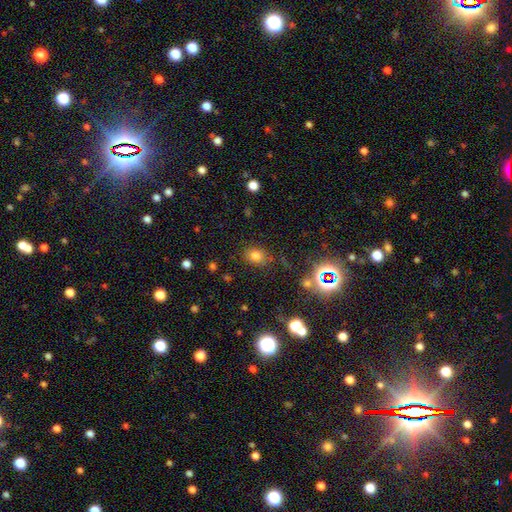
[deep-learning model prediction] smooth 74%, star or artifact 19%, featured or disk 8%. Down the decision tree: how rounded — in between (53%); merging — none (78%).